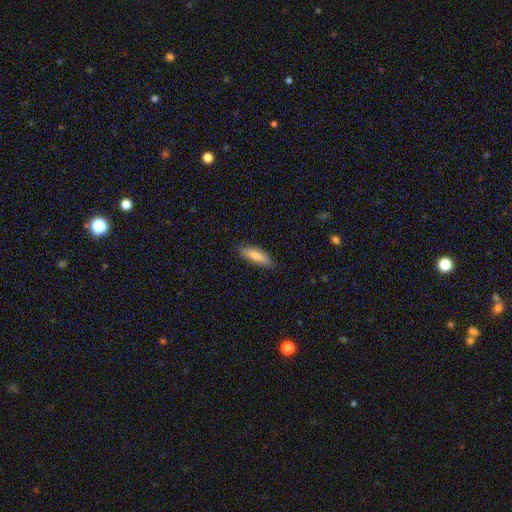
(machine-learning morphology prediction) This appears to be a smooth galaxy with no disk features (77%) that is cigar-shaped (57%). Merging: none (84%).